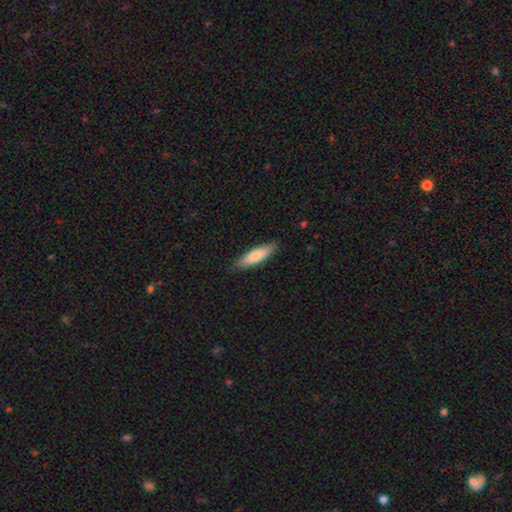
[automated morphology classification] Smooth or featured: smooth — 77% (featured or disk — 18%)
How rounded: cigar-shaped — 65% (in between — 34%)
Merging: none — 86% (minor disturbance — 11%)